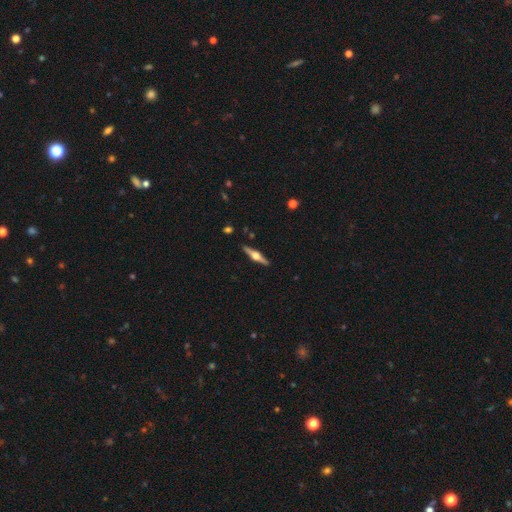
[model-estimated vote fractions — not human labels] The model was most divided on "smooth or featured": featured or disk: 79%, smooth: 16%, star or artifact: 5%. More confident: edge-on disk — yes (98%); edge-on bulge — rounded (95%); merging — none (91%).